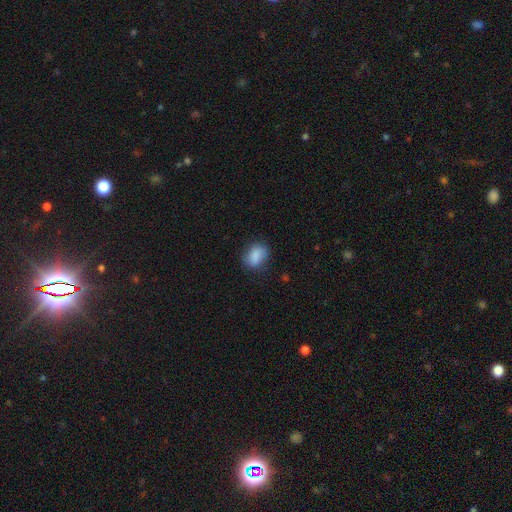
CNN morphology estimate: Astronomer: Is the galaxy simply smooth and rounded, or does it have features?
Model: smooth — 85%.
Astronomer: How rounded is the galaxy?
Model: in between — 70%.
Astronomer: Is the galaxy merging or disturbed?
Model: none — 74%.